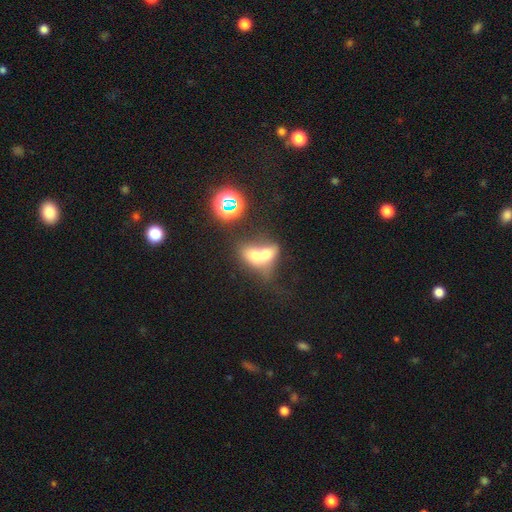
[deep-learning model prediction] smooth-or-featured: smooth: 60% | featured or disk: 25% | star or artifact: 14%
  how-rounded: in between: 69% | round: 28% | cigar-shaped: 4%
  merging: merger: 75% | none: 13% | major disturbance: 6% | minor disturbance: 6%